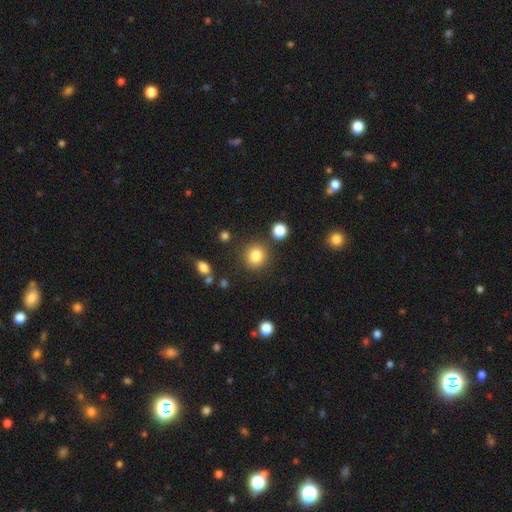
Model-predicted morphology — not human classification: A smooth galaxy with no disk features (83%) that is round (89%). Merging: none (85%).